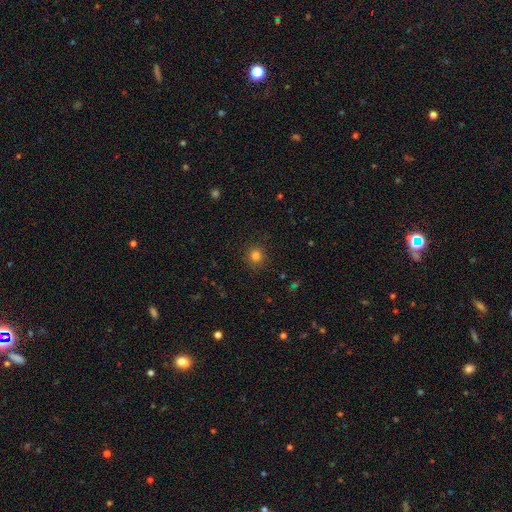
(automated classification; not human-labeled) Smooth or featured? smooth (82%)
How rounded? round (91%)
Merging? none (90%)